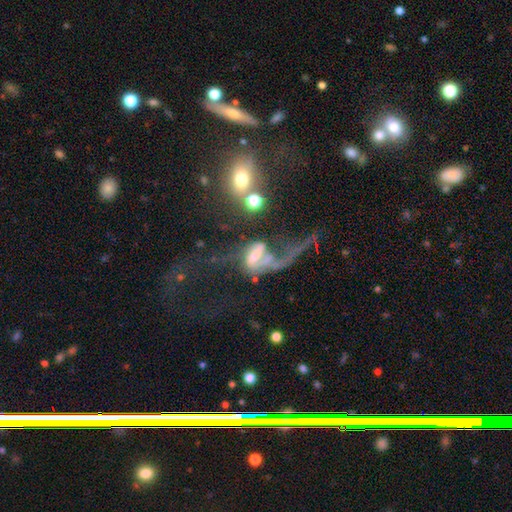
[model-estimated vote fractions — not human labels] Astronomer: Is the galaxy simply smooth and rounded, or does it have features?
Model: featured or disk — 68%.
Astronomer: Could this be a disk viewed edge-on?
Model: no — 95%.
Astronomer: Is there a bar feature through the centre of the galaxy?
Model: weak — 37% (runner-up: strong, 33%).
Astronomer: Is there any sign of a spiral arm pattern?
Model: yes — 77%.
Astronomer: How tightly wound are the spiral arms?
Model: loose — 77%.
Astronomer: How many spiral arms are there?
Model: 1 — 45% (runner-up: 2, 43%).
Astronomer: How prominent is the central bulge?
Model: moderate — 33% (runner-up: small, 27%).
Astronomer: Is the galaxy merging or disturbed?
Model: major disturbance — 50%.